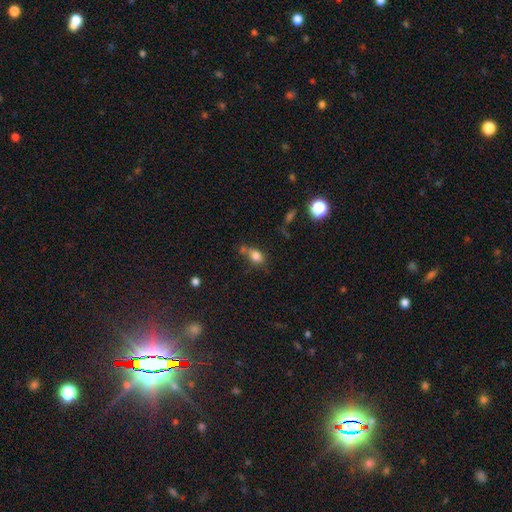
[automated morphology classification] smooth-or-featured: smooth: 78% | star or artifact: 12% | featured or disk: 10%
  how-rounded: in between: 62% | round: 35% | cigar-shaped: 3%
  merging: none: 45% | merger: 24% | minor disturbance: 21% | major disturbance: 9%